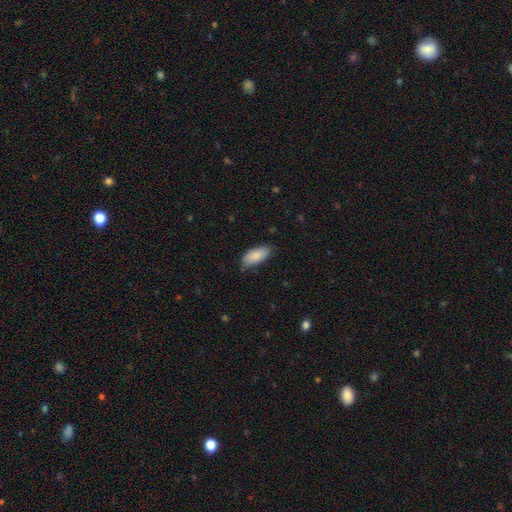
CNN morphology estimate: The model was most divided on "merging": none: 76%, minor disturbance: 20%, major disturbance: 3%, merger: 1%. More confident: how rounded — in between (88%); smooth or featured — smooth (88%).